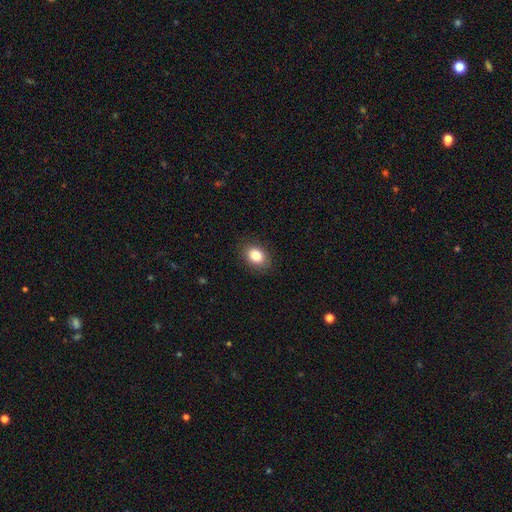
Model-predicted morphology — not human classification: Overall: smooth (84%). How rounded: in between (69%; round 30%). Merging: none (87%).